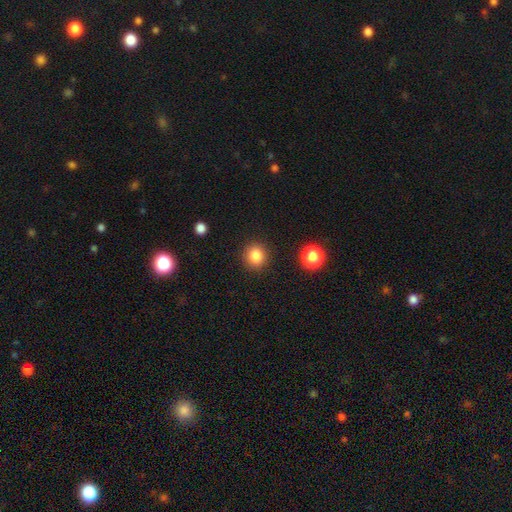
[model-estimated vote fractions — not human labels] Q: Smooth or featured?
A: smooth (84%); runner-up: star or artifact (11%)
Q: How rounded?
A: round (89%); runner-up: in between (10%)
Q: Merging?
A: none (90%); runner-up: minor disturbance (6%)